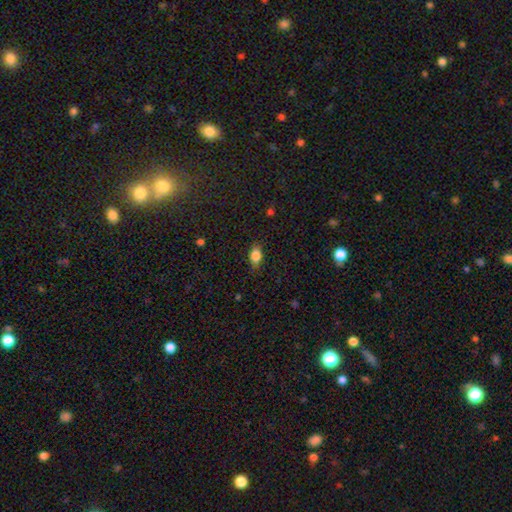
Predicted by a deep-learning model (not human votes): Smooth or featured: smooth — 84% (star or artifact — 9%)
How rounded: in between — 85% (round — 10%)
Merging: none — 81% (minor disturbance — 15%)